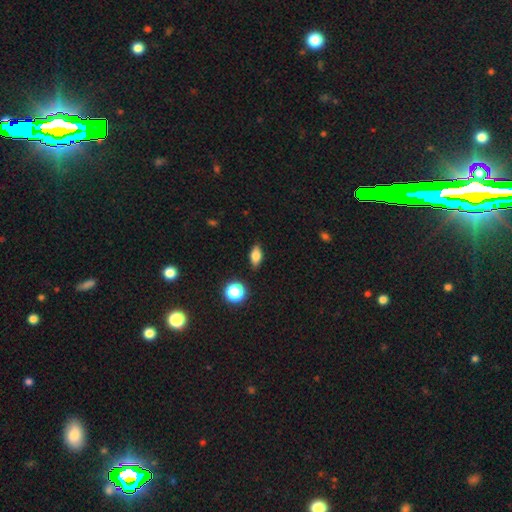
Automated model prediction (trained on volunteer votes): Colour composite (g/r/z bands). It shows a smooth galaxy with no disk features (74%) that is in between round and cigar-shaped (79%). Merging: none (85%).